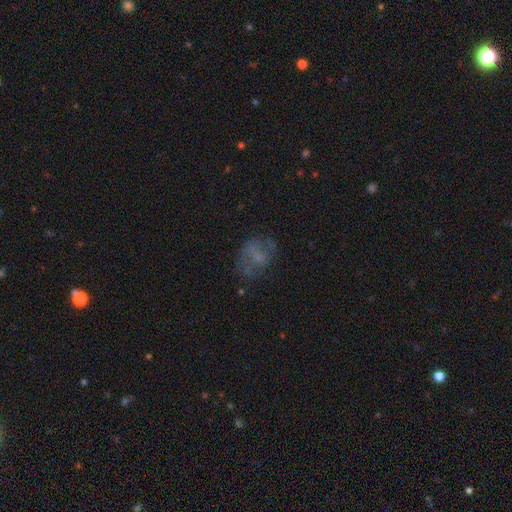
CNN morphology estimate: Smooth or featured?
  - smooth: 43% *
  - featured or disk: 41%
  - star or artifact: 15%
Merging?
  - none: 54% *
  - major disturbance: 22%
  - minor disturbance: 21%
  - merger: 3%